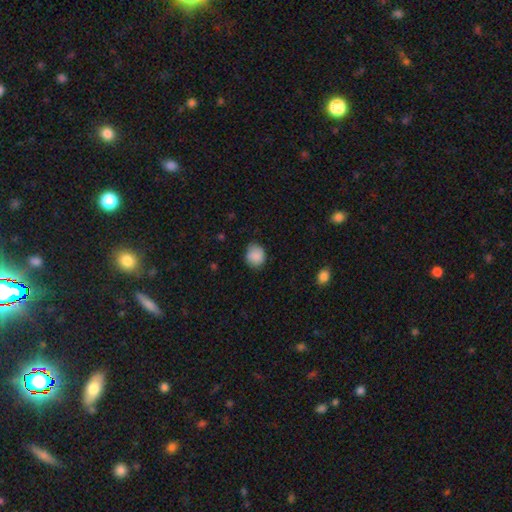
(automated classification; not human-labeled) This is clearly a smooth galaxy (87%). How rounded: likely round (73%). Merging: likely none (77%).